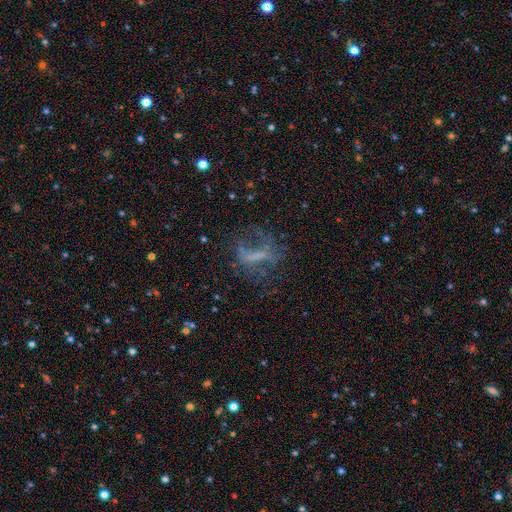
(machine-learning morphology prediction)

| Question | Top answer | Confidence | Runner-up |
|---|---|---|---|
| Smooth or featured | featured or disk | 51% | smooth (27%) |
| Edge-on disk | no | 88% | yes (12%) |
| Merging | none | 43% | major disturbance (36%) |